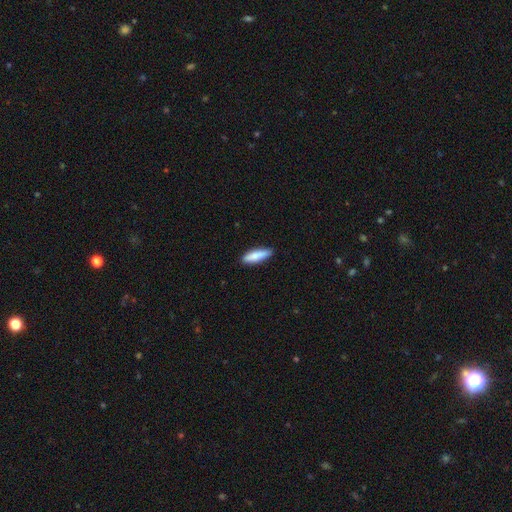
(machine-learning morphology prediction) smooth_or_featured: smooth (p=0.80) [alt: featured or disk p=0.15]
how_rounded: cigar-shaped (p=0.61) [alt: in between p=0.38]
merging: none (p=0.87) [alt: minor disturbance p=0.10]